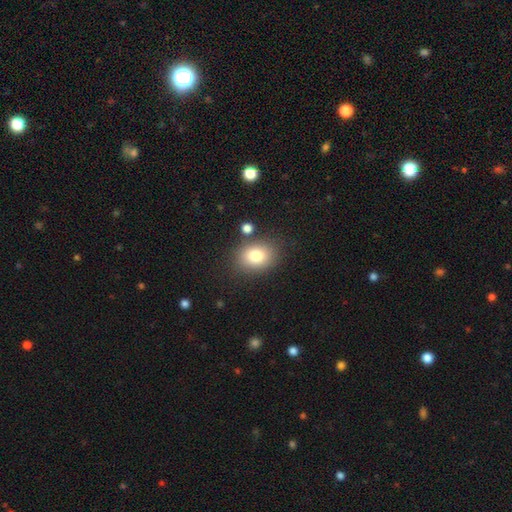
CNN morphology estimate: A smooth galaxy with no disk features (79%) that is in between round and cigar-shaped (58%). Merging: none (79%).